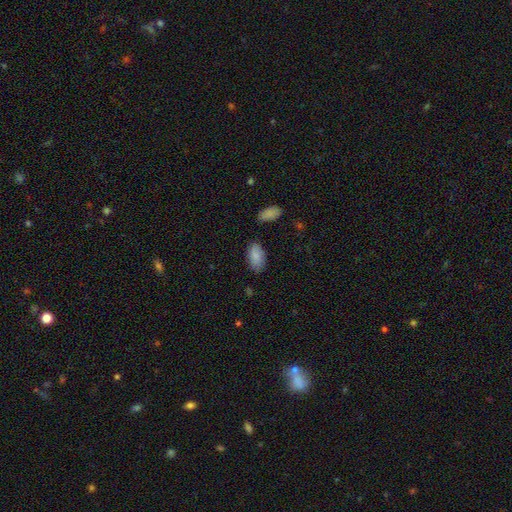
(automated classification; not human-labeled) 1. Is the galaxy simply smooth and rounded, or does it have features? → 86% smooth, 7% featured or disk, 7% star or artifact.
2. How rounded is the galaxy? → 94% in between, 3% round, 3% cigar-shaped.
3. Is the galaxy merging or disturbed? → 78% none, 15% minor disturbance, 4% merger, 3% major disturbance.